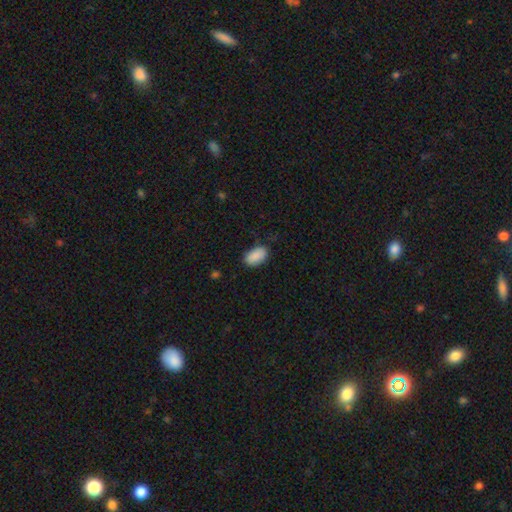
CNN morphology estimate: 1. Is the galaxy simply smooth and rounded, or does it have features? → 90% smooth, 7% star or artifact, 3% featured or disk.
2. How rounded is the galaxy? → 94% in between, 4% round, 2% cigar-shaped.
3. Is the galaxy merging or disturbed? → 80% none, 16% minor disturbance, 3% major disturbance, 1% merger.